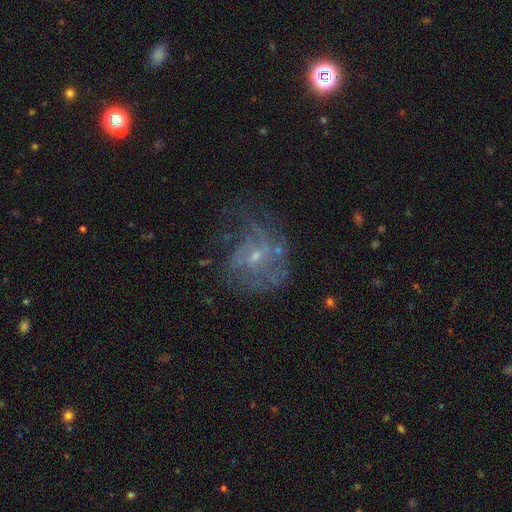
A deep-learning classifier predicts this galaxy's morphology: Smooth or featured? Predicted: featured or disk (p=0.72). Edge-on disk? Predicted: no (p=0.98). Bar? Predicted: no (p=0.57). Spiral arms? Predicted: yes (p=0.78). Spiral winding? Predicted: medium (p=0.40). Spiral arm count? Predicted: can't tell (p=0.44). Bulge size? Predicted: small (p=0.69). Merging? Predicted: none (p=0.51).